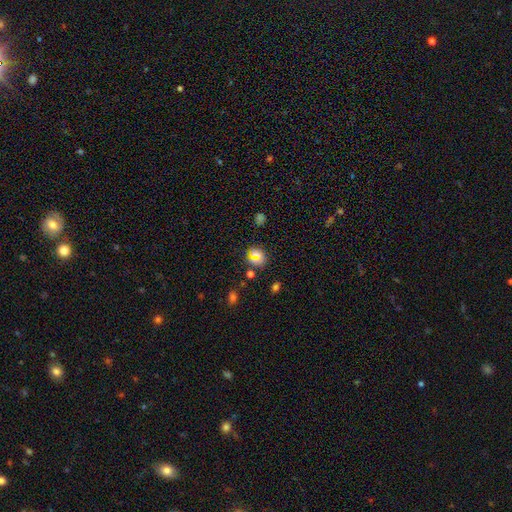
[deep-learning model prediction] Morphology: type=smooth (52%); roundness=round (74%); merging=none (79%).